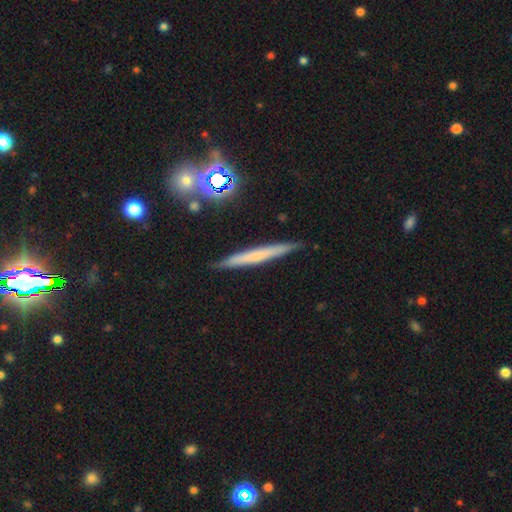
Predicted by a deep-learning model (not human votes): This appears to be a smooth galaxy with no disk features (47%). Merging: none (89%).